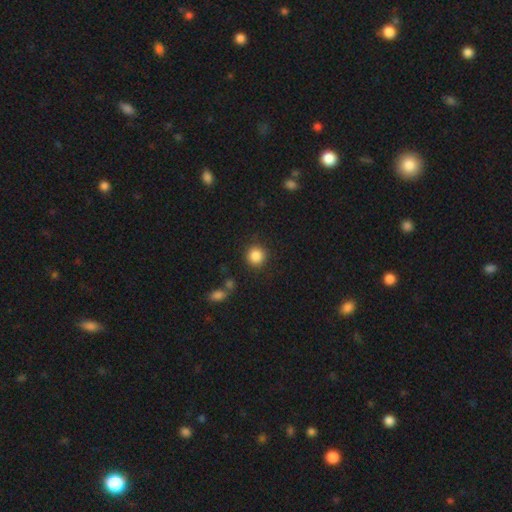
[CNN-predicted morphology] Smooth or featured: smooth — 86% (star or artifact — 10%)
How rounded: round — 93% (in between — 6%)
Merging: none — 87% (minor disturbance — 7%)